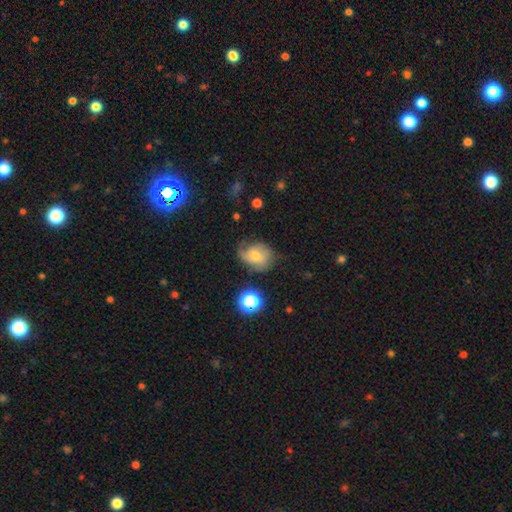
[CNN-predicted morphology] This is possibly a smooth galaxy (52%). How rounded: possibly in between (50%). Merging: possibly none (47%).